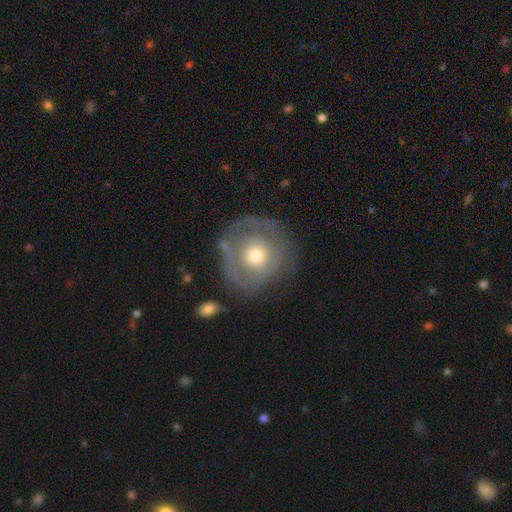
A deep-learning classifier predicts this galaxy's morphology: featured or disk 55%, smooth 38%, star or artifact 7%. Down the decision tree: edge-on disk — no (95%); bar — no (89%); spiral arms — no (61%); bulge size — moderate (59%); merging — none (63%).